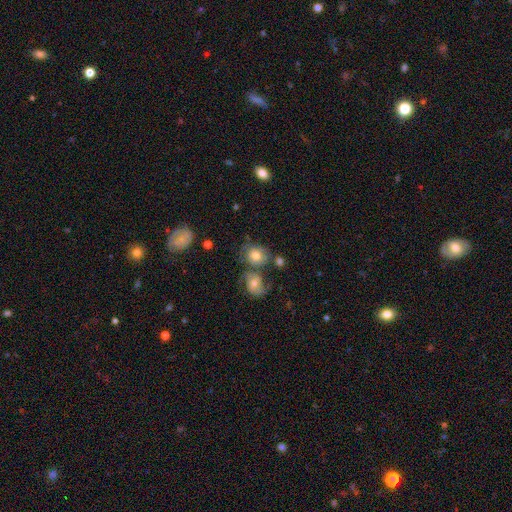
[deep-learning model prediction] smooth 68%, featured or disk 22%, star or artifact 10%. Down the decision tree: how rounded — round (68%); merging — none (47%).